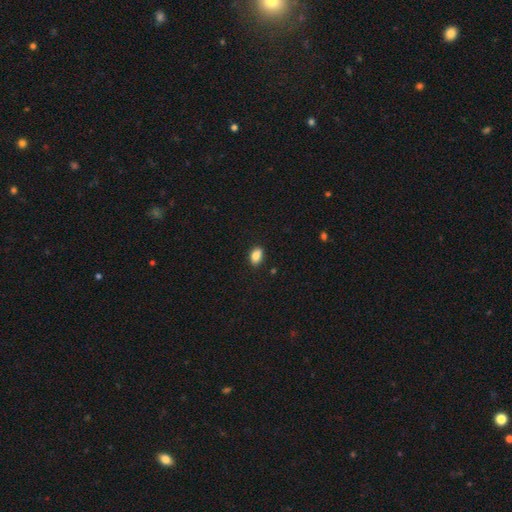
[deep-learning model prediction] Overall: smooth (84%). How rounded: in between (85%). Merging: none (86%).